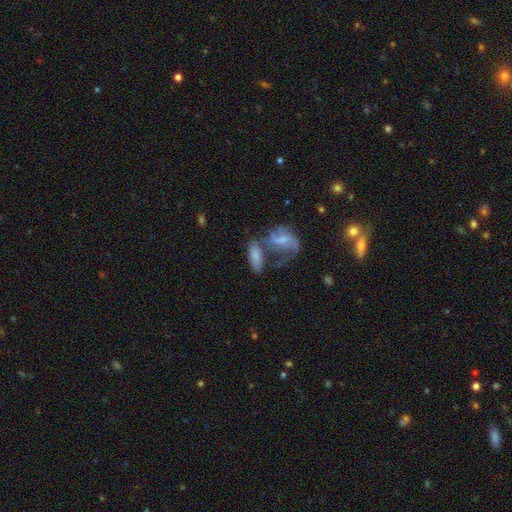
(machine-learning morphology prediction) A smooth galaxy with no disk features (57%) that is in between round and cigar-shaped (72%). Merging: merger (43%).